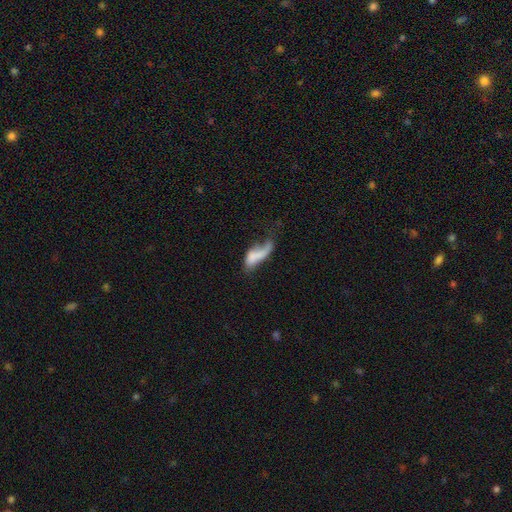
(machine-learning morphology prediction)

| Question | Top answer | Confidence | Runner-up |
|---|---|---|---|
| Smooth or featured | smooth | 57% | featured or disk (34%) |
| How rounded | in between | 76% | cigar-shaped (20%) |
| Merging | major disturbance | 45% | none (21%) |